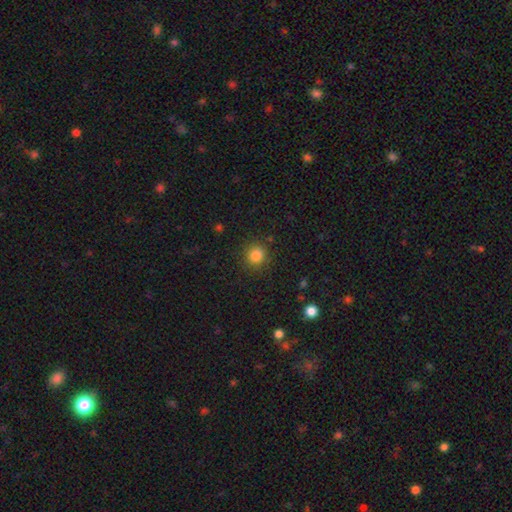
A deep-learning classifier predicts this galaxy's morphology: This appears to be a smooth galaxy with no disk features (83%) that is round (87%). Merging: none (87%).